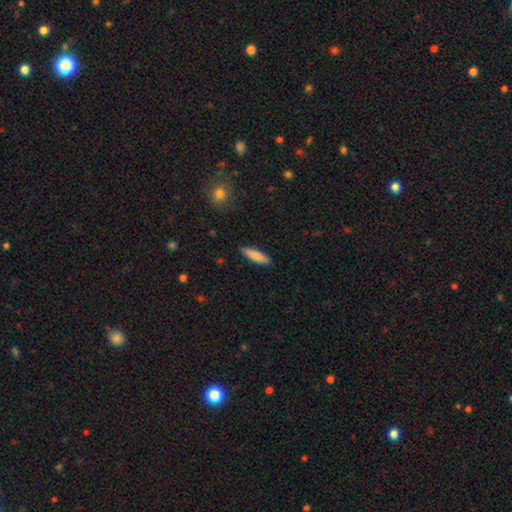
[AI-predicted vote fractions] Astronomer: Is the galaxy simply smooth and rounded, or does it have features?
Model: smooth — 84%.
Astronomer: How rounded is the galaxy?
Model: cigar-shaped — 71%.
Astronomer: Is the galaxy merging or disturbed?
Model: none — 88%.